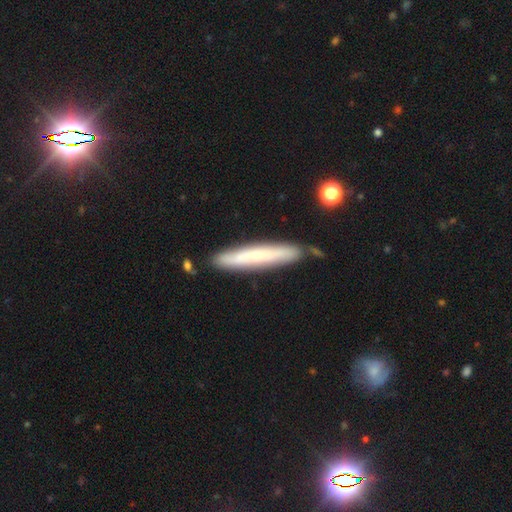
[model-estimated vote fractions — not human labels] This is possibly a smooth galaxy (57%). How rounded: clearly cigar-shaped (94%). Merging: clearly none (81%).